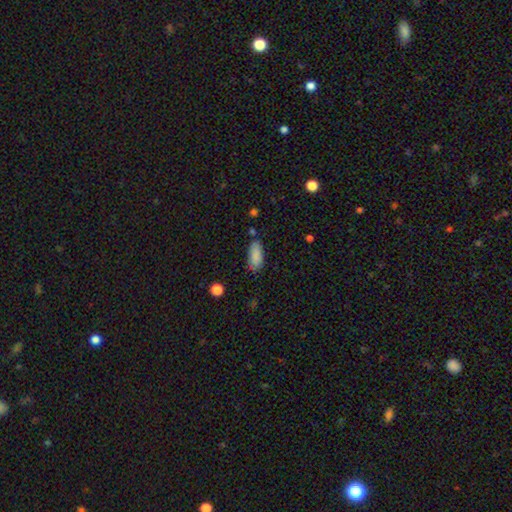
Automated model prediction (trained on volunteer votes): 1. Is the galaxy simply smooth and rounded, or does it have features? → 87% smooth, 7% star or artifact, 6% featured or disk.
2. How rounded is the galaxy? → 86% in between, 12% cigar-shaped, 2% round.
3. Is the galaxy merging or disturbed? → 75% none, 18% minor disturbance, 4% major disturbance, 3% merger.